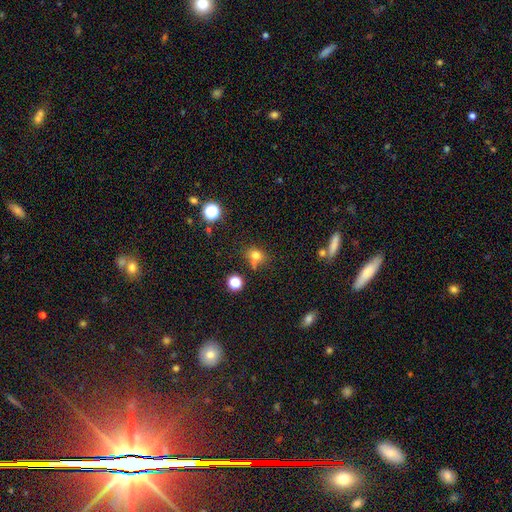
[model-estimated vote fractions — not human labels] Smooth or featured?
  - smooth: 70% *
  - star or artifact: 19%
  - featured or disk: 10%
How rounded?
  - round: 64% *
  - in between: 34%
  - cigar-shaped: 1%
Merging?
  - none: 57% *
  - merger: 25%
  - minor disturbance: 13%
  - major disturbance: 5%